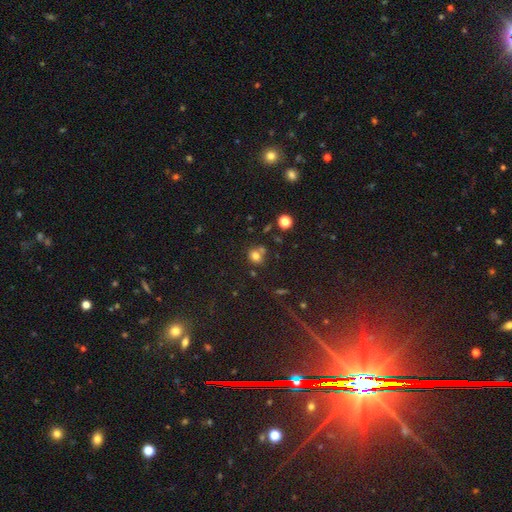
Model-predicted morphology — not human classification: Smooth or featured? smooth (75%)
How rounded? round (65%)
Merging? none (58%)